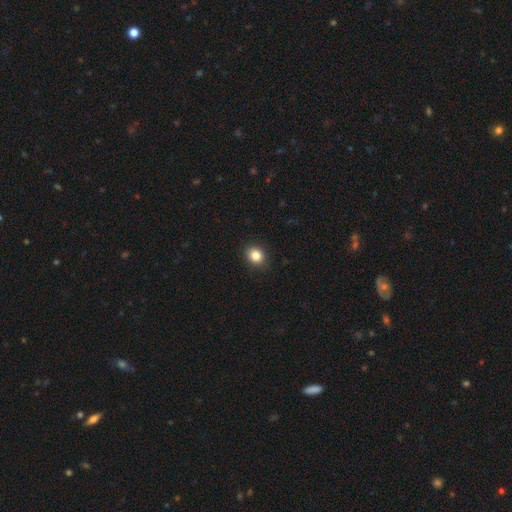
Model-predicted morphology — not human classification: type=smooth (84%); roundness=round (64%); merging=none (89%).